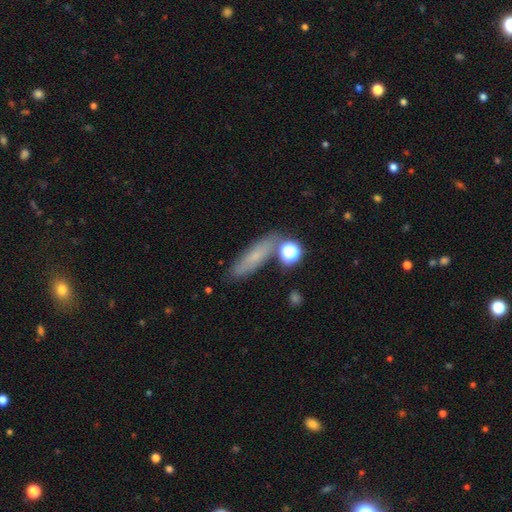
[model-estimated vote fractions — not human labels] Smooth or featured? Predicted: smooth (p=0.61). How rounded? Predicted: cigar-shaped (p=0.62). Merging? Predicted: none (p=0.71).